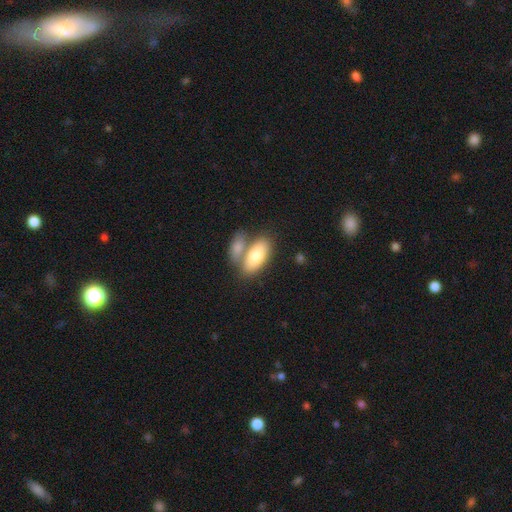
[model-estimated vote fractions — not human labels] Smooth or featured?
  - smooth: 76% *
  - featured or disk: 19%
  - star or artifact: 6%
How rounded?
  - in between: 89% *
  - cigar-shaped: 8%
  - round: 3%
Merging?
  - merger: 48% *
  - none: 38%
  - minor disturbance: 10%
  - major disturbance: 4%